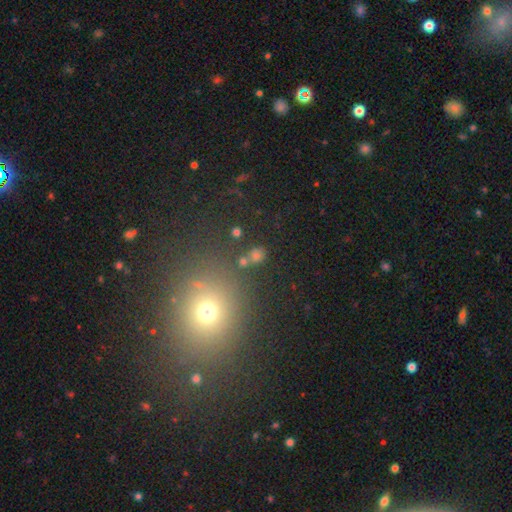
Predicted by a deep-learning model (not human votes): This is possibly a smooth galaxy (54%). How rounded: likely round (70%). Merging: clearly none (81%).